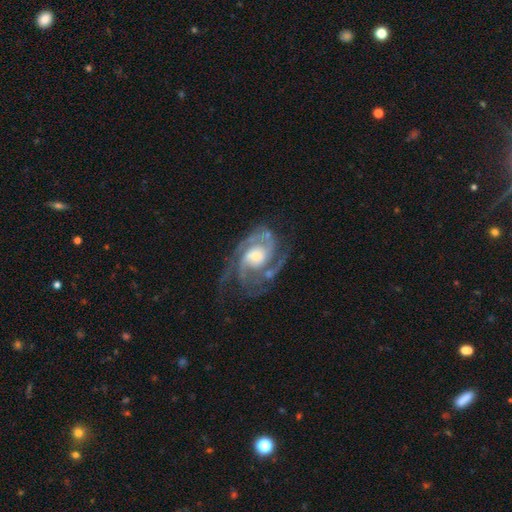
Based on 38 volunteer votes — Smooth or featured? featured or disk (95%)
Edge-on disk? no (97%)
Bar? no (60%)
Spiral arms? yes (100%)
Spiral winding? tight (66%)
Spiral arm count? 2 (89%)
Bulge size? moderate (54%)
Merging? none (64%)